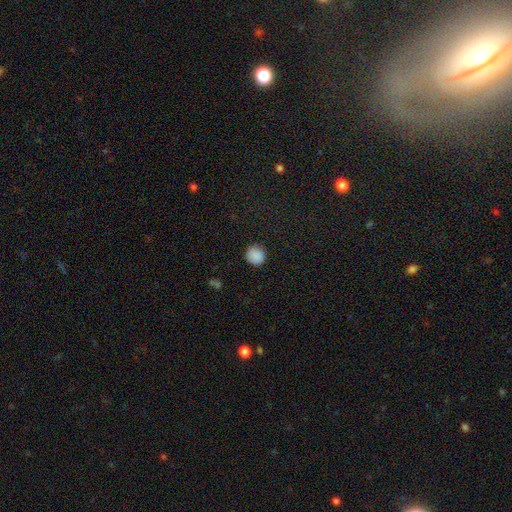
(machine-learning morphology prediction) smooth 87%, star or artifact 9%, featured or disk 4%. Down the decision tree: how rounded — round (92%); merging — none (86%).